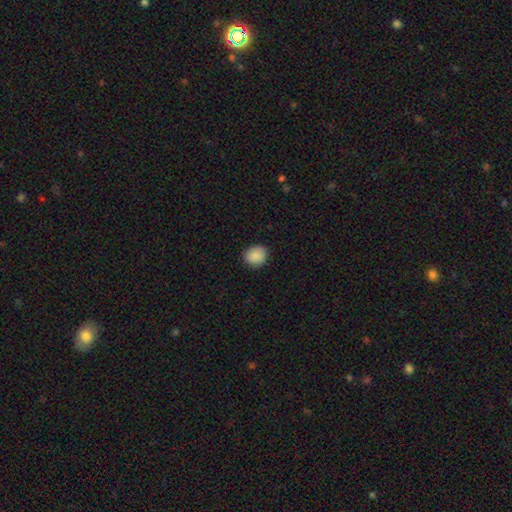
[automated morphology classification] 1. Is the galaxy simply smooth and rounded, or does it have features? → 89% smooth, 8% star or artifact, 3% featured or disk.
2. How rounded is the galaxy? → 76% round, 23% in between, 1% cigar-shaped.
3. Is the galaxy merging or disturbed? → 88% none, 9% minor disturbance, 2% major disturbance, 1% merger.